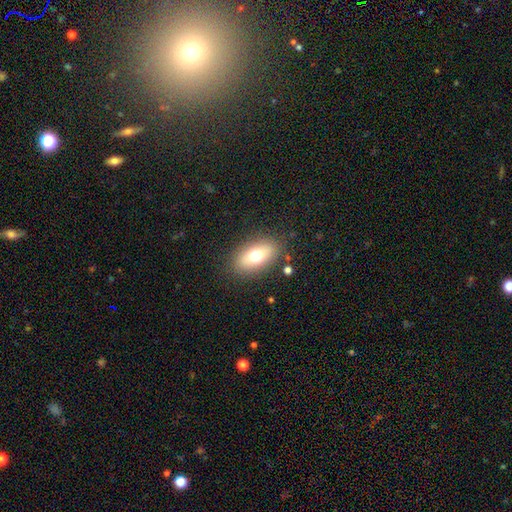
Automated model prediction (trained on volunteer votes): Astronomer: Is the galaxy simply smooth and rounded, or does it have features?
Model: smooth — 70%.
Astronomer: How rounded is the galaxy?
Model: in between — 87%.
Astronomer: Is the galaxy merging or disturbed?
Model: none — 85%.